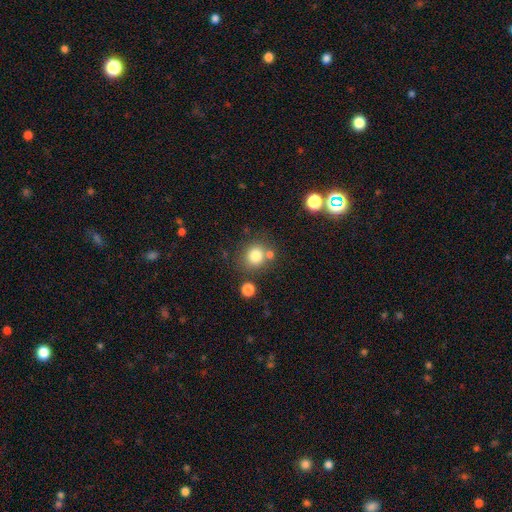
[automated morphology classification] Smooth or featured?
  - smooth: 80% *
  - star or artifact: 12%
  - featured or disk: 8%
How rounded?
  - round: 84% *
  - in between: 15%
  - cigar-shaped: 1%
Merging?
  - none: 70% *
  - merger: 15%
  - minor disturbance: 11%
  - major disturbance: 4%